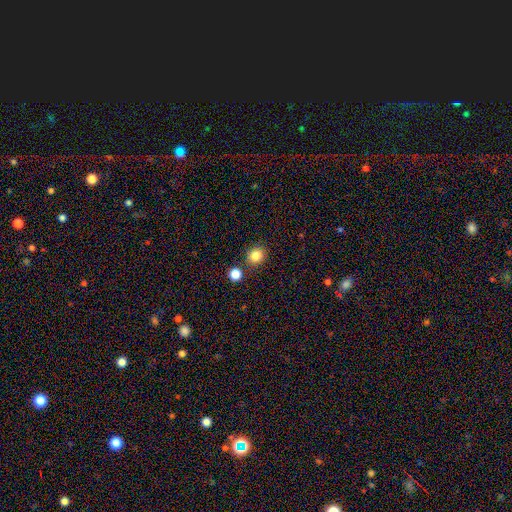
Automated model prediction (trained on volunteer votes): smooth 84%, star or artifact 12%, featured or disk 5%. Down the decision tree: how rounded — round (80%); merging — none (82%).